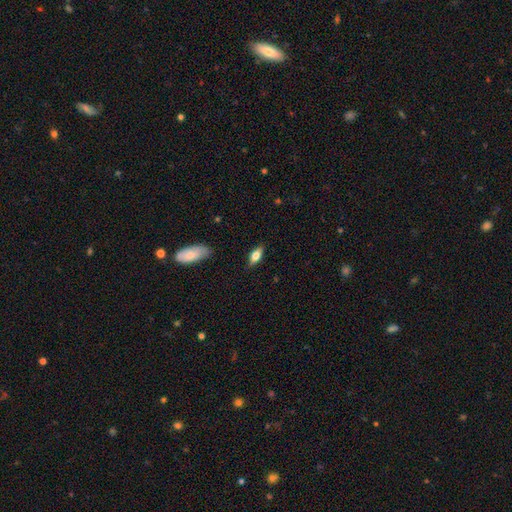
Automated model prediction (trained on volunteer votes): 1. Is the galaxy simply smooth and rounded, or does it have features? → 63% smooth, 30% featured or disk, 7% star or artifact.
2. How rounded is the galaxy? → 75% in between, 22% cigar-shaped, 3% round.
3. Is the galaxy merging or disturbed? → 84% none, 12% minor disturbance, 3% major disturbance, 1% merger.